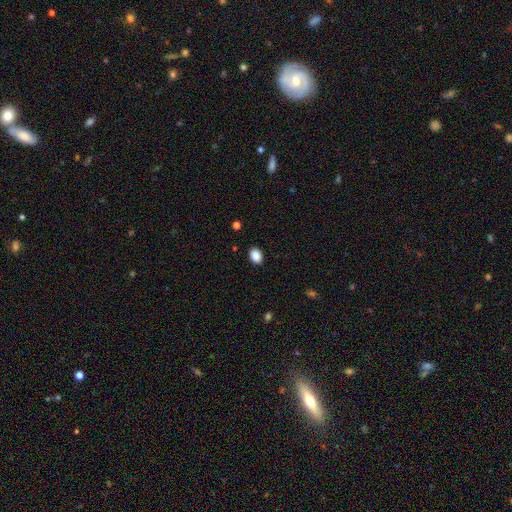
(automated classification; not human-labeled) Smooth or featured?
  - smooth: 89% *
  - star or artifact: 9%
  - featured or disk: 3%
How rounded?
  - in between: 72% *
  - round: 27%
  - cigar-shaped: 1%
Merging?
  - none: 89% *
  - minor disturbance: 8%
  - major disturbance: 2%
  - merger: 1%